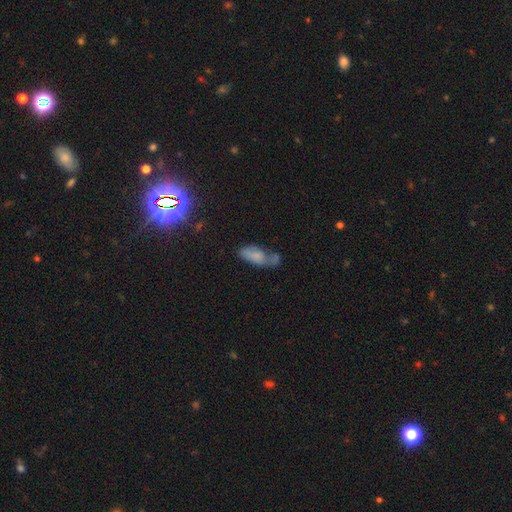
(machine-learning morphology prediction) Smooth or featured?
  - smooth: 64% *
  - featured or disk: 21%
  - star or artifact: 15%
How rounded?
  - in between: 78% *
  - cigar-shaped: 18%
  - round: 4%
Merging?
  - none: 32% *
  - merger: 27%
  - minor disturbance: 24%
  - major disturbance: 17%